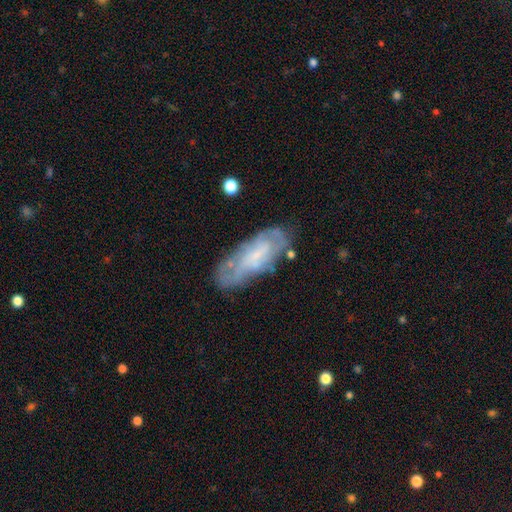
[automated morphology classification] smooth_or_featured: featured or disk (p=0.58) [alt: smooth p=0.34]
disk_edge_on: no (p=0.86) [alt: yes p=0.14]
bar: no (p=0.59) [alt: weak p=0.32]
has_spiral_arms: yes (p=0.63) [alt: no p=0.37]
bulge_size: small (p=0.56) [alt: none p=0.25]
merging: none (p=0.65) [alt: minor disturbance p=0.23]